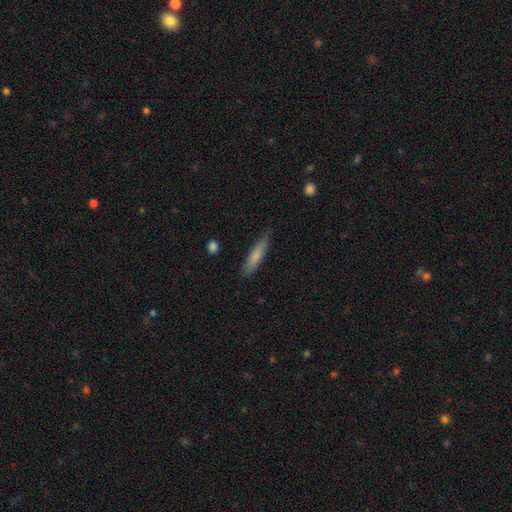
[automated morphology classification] Smooth or featured: smooth — 77% (featured or disk — 18%)
How rounded: cigar-shaped — 86% (in between — 12%)
Merging: none — 81% (minor disturbance — 15%)